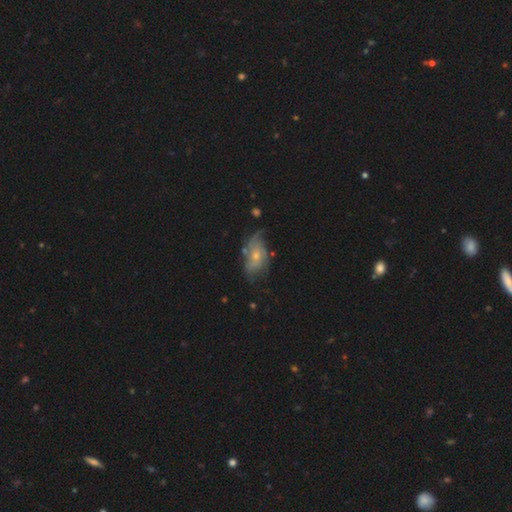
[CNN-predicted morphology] This is likely a featured or disk galaxy (60%). It is clearly not viewed edge-on (94%). Bar: likely no (78%). Spiral arm pattern: likely yes (73%). Central bulge: possibly small (54%). Merging: marginally none (43%).